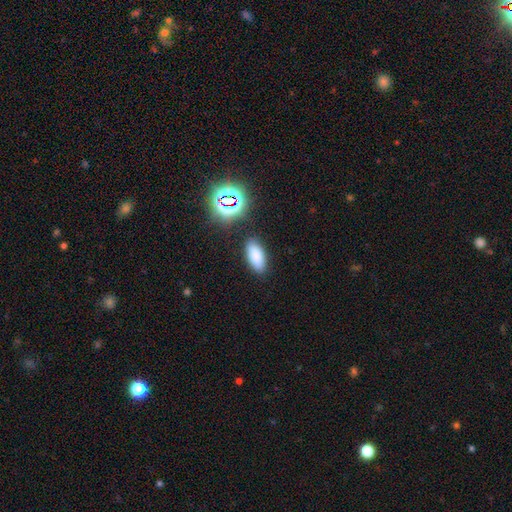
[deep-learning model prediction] Morphology: type=smooth (81%); roundness=in between (85%); merging=none (85%).